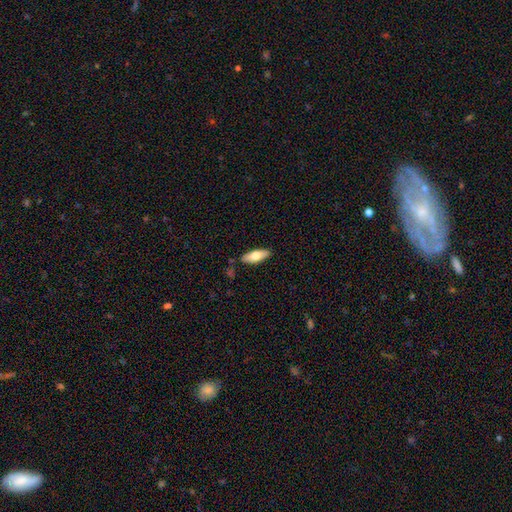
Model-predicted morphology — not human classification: A smooth galaxy with no disk features (69%) that is in between round and cigar-shaped (71%). Merging: none (84%).